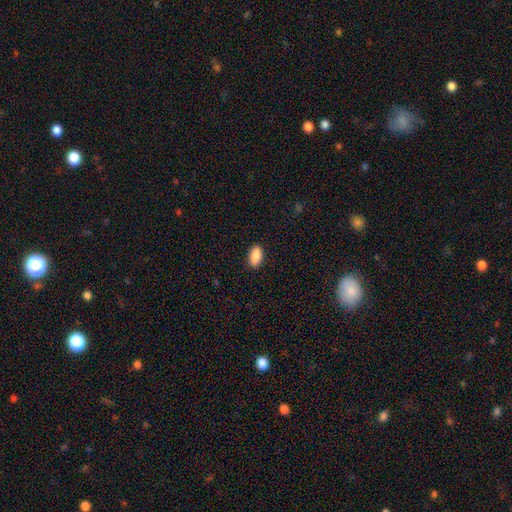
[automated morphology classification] Smooth or featured? smooth (91%)
How rounded? in between (94%)
Merging? none (89%)